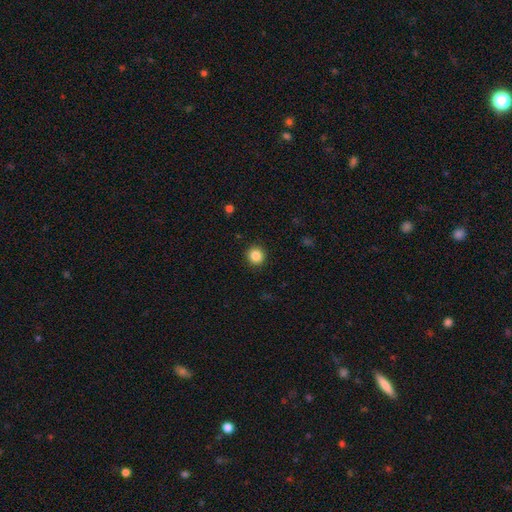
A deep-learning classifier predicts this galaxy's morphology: The model was most divided on "smooth or featured": smooth: 86%, star or artifact: 10%, featured or disk: 4%. More confident: how rounded — round (94%); merging — none (92%).